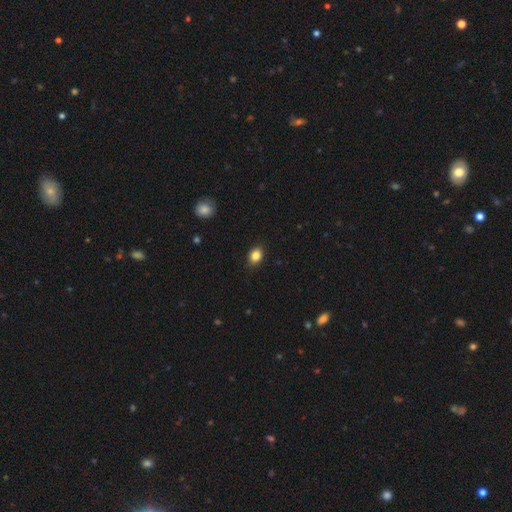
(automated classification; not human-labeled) Morphology: type=smooth (85%); roundness=in between (65%); merging=none (88%).